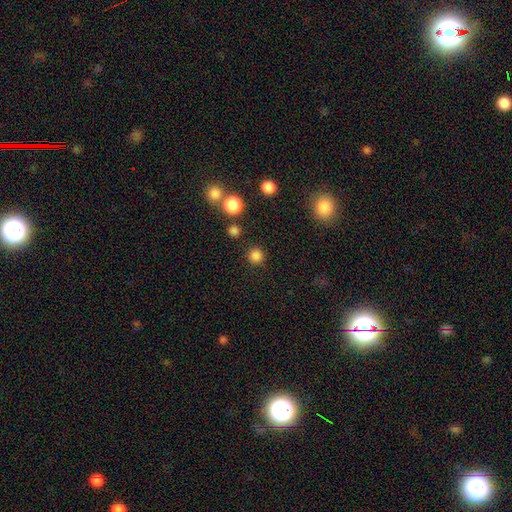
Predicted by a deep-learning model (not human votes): smooth_or_featured: smooth (p=0.83) [alt: star or artifact p=0.14]
how_rounded: round (p=0.94) [alt: in between p=0.05]
merging: none (p=0.88) [alt: minor disturbance p=0.06]